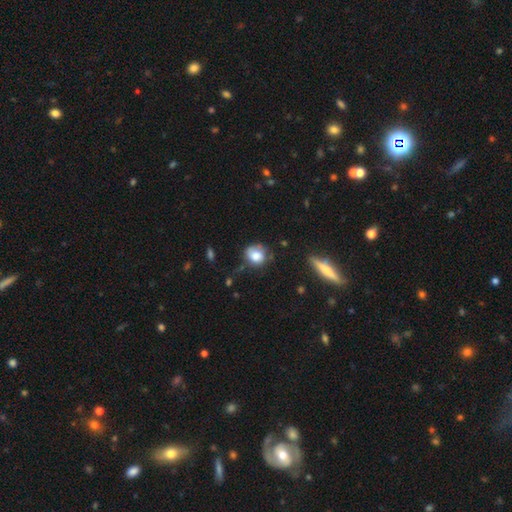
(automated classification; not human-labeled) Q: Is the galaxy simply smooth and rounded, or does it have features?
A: smooth — 76%.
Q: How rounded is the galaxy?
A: round — 70%.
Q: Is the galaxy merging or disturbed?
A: none — 53%.